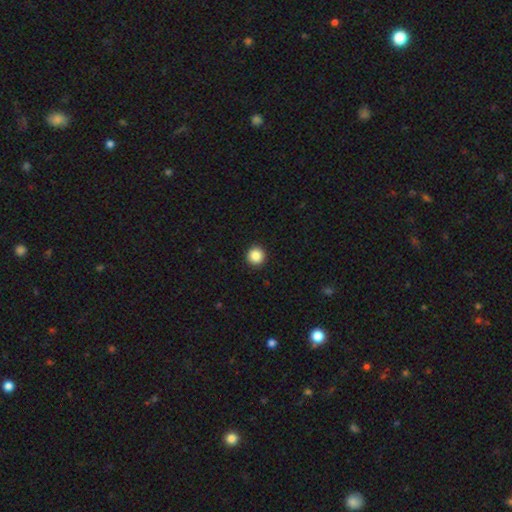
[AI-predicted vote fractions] The model was most divided on "smooth or featured": smooth: 87%, star or artifact: 9%, featured or disk: 3%. More confident: how rounded — round (96%); merging — none (94%).